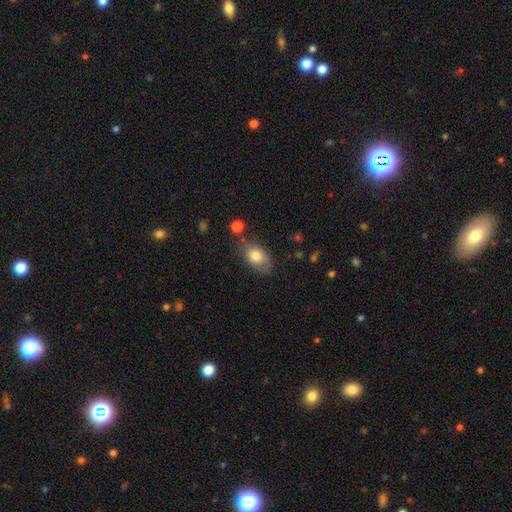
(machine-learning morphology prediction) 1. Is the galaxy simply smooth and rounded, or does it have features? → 80% smooth, 12% featured or disk, 8% star or artifact.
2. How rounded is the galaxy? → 86% in between, 13% round, 1% cigar-shaped.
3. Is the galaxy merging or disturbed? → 64% none, 24% minor disturbance, 7% major disturbance, 5% merger.